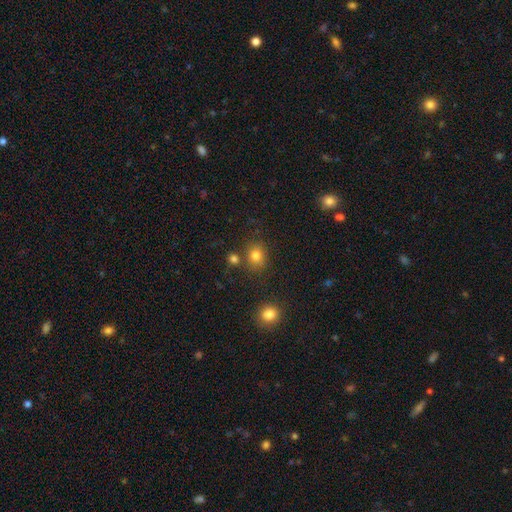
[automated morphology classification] A smooth galaxy with no disk features (80%) that is round (73%). Merging: none (75%).